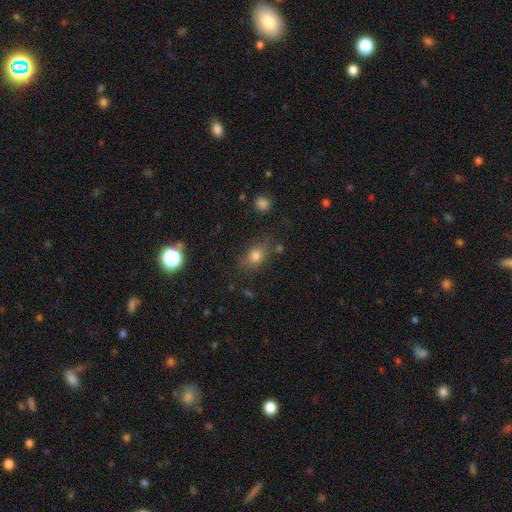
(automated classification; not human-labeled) A smooth galaxy with no disk features (73%) that is in between round and cigar-shaped (59%). Merging: none (75%).